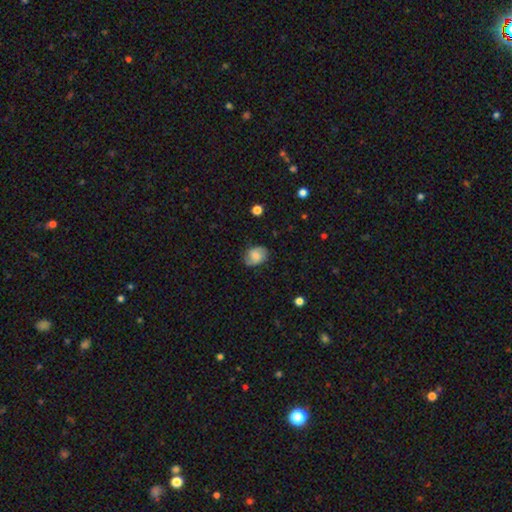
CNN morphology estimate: This appears to be a smooth galaxy with no disk features (54%) that is in between round and cigar-shaped (66%). Merging: none (75%).